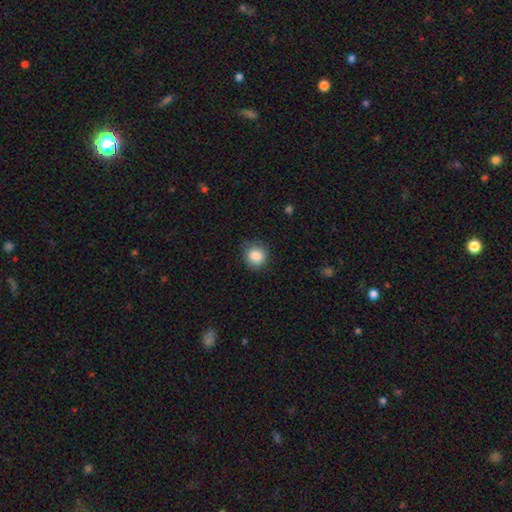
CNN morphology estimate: smooth 87%, star or artifact 9%, featured or disk 5%. Down the decision tree: how rounded — round (85%); merging — none (75%).